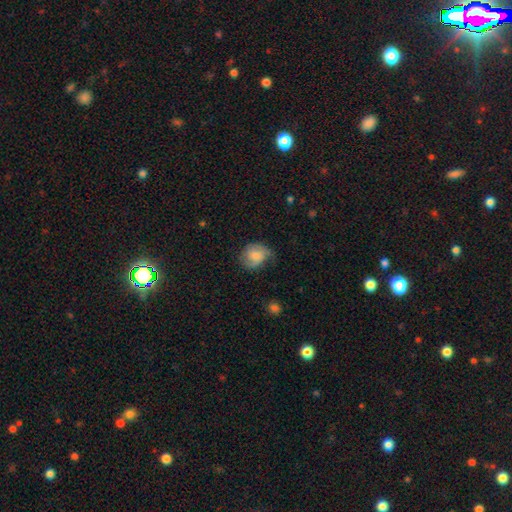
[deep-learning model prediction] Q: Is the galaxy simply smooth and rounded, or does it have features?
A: smooth — 65%.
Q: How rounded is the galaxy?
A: round — 61%.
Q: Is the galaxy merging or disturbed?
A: none — 48%.